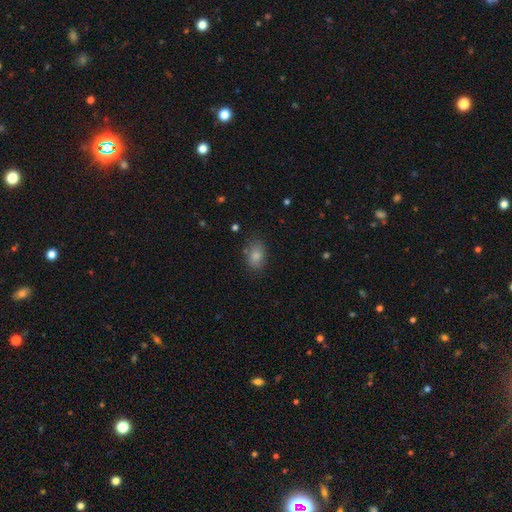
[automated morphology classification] smooth 84%, star or artifact 9%, featured or disk 7%. Down the decision tree: how rounded — in between (78%); merging — none (78%).